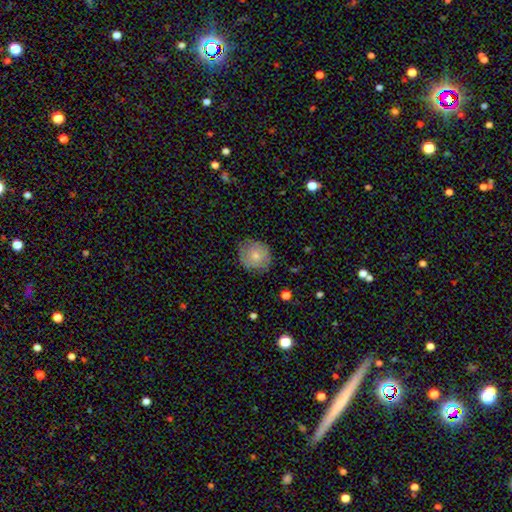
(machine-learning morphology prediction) Overall: smooth (73%). How rounded: round (84%). Merging: none (77%).